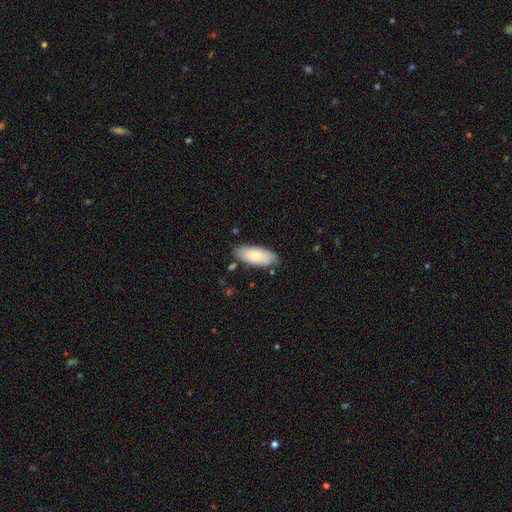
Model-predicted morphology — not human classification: smooth-or-featured: smooth: 73% | featured or disk: 21% | star or artifact: 6%
  how-rounded: in between: 84% | cigar-shaped: 14% | round: 2%
  merging: none: 78% | minor disturbance: 16% | merger: 3% | major disturbance: 3%